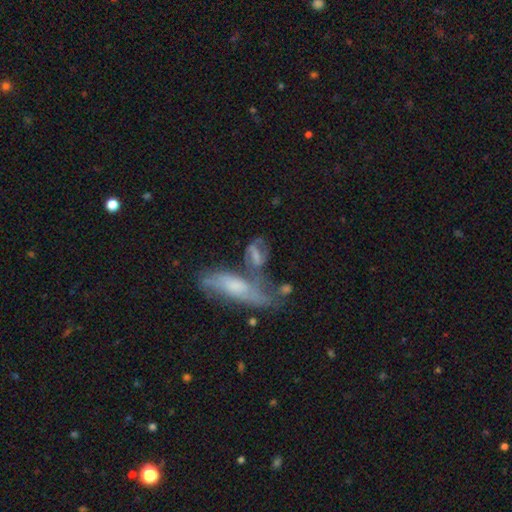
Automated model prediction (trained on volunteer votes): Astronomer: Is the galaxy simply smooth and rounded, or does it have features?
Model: featured or disk — 53% (runner-up: smooth, 38%).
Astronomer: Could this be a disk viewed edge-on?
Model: no — 86%.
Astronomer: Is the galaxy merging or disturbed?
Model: merger — 47% (runner-up: none, 25%).